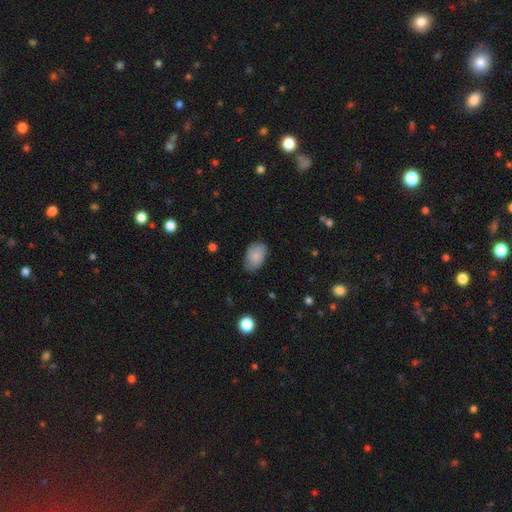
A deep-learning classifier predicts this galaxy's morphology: smooth-or-featured: smooth: 84% | featured or disk: 9% | star or artifact: 7%
  how-rounded: in between: 90% | round: 9% | cigar-shaped: 1%
  merging: none: 76% | minor disturbance: 19% | major disturbance: 4% | merger: 1%